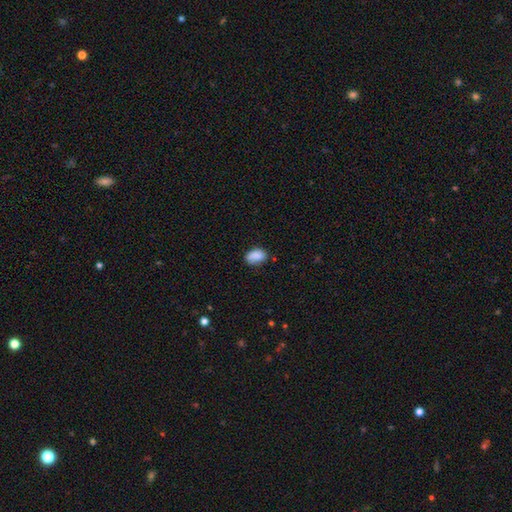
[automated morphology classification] Smooth or featured? smooth (86%)
How rounded? in between (87%)
Merging? none (70%)